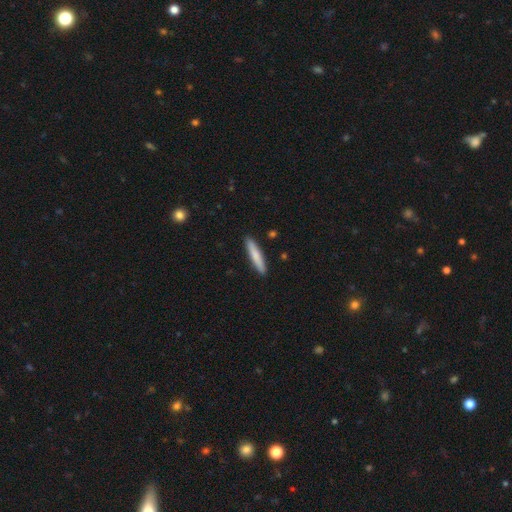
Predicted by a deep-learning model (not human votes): Smooth or featured: smooth — 76% (featured or disk — 19%)
How rounded: cigar-shaped — 91% (in between — 8%)
Merging: none — 91% (minor disturbance — 6%)